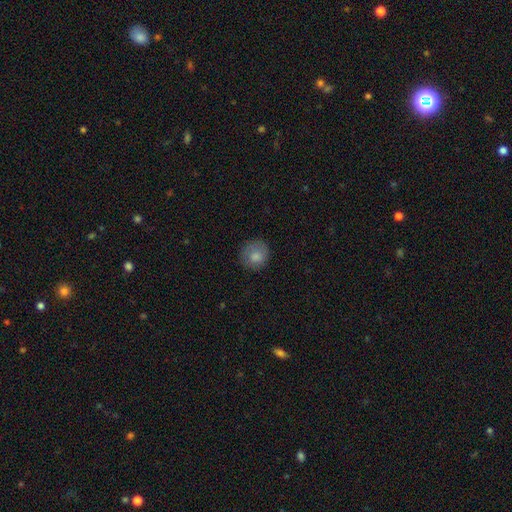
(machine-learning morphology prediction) type=smooth (82%); roundness=round (84%); merging=none (78%).